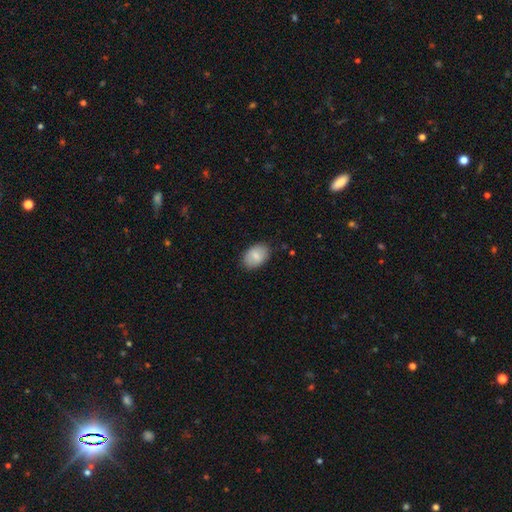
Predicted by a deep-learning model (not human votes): Smooth or featured? Predicted: smooth (p=0.80). How rounded? Predicted: in between (p=0.88). Merging? Predicted: none (p=0.83).